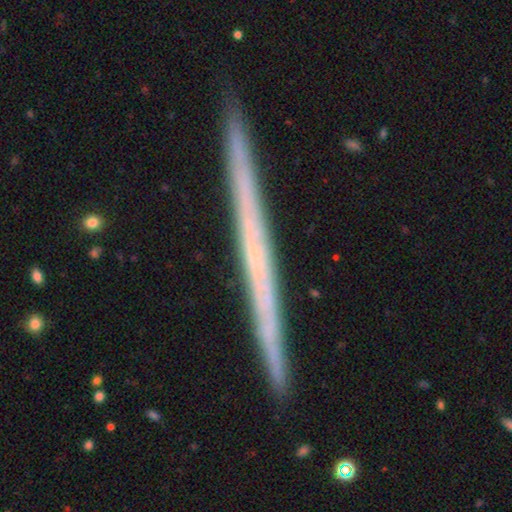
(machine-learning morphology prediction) featured or disk 68%, smooth 24%, star or artifact 7%. Down the decision tree: edge-on disk — yes (98%); edge-on bulge — none (91%); merging — none (92%).